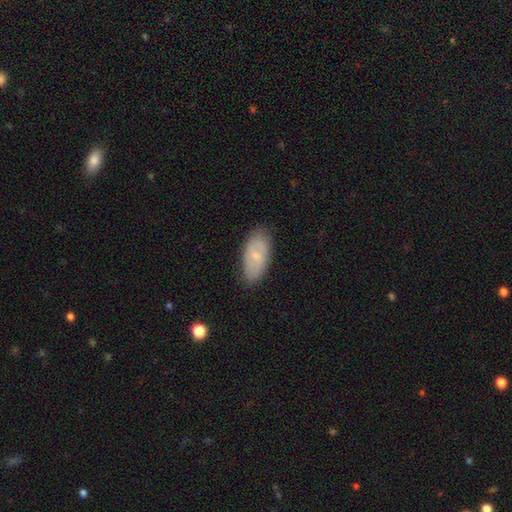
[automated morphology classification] Smooth or featured? Predicted: smooth (p=0.55). How rounded? Predicted: in between (p=0.91). Merging? Predicted: none (p=0.82).